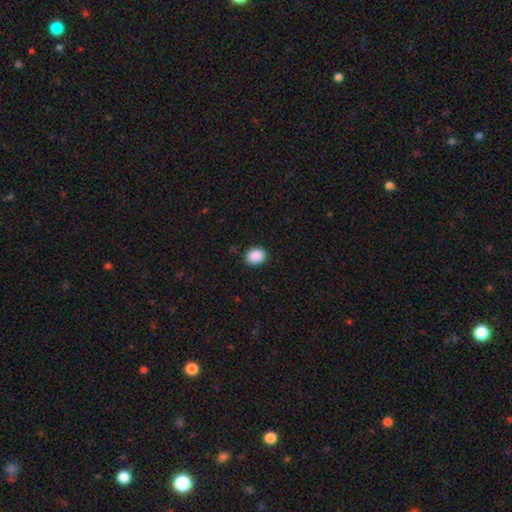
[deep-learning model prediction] This is clearly a smooth galaxy (90%). How rounded: possibly in between (53%). Merging: clearly none (88%).